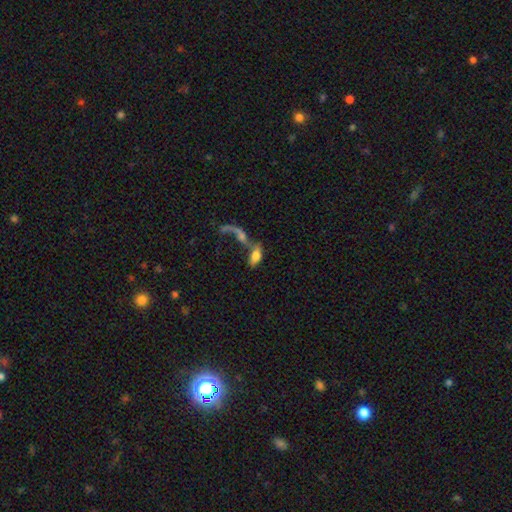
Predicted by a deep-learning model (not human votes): Smooth or featured? Predicted: smooth (p=0.59). How rounded? Predicted: in between (p=0.79). Merging? Predicted: merger (p=0.63).